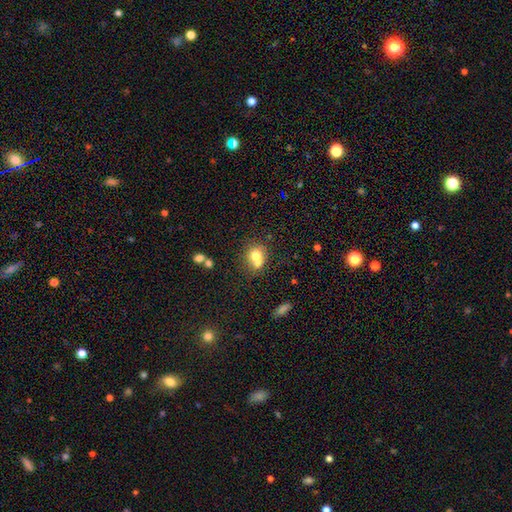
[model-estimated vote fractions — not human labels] Smooth or featured? smooth (71%)
How rounded? round (70%)
Merging? merger (49%)